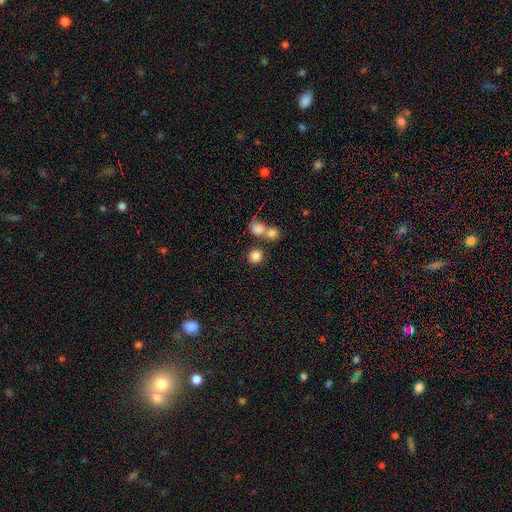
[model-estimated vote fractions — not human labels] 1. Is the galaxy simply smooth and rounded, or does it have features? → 82% smooth, 11% star or artifact, 6% featured or disk.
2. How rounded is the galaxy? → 88% round, 10% in between, 1% cigar-shaped.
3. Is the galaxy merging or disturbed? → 61% none, 28% merger, 7% minor disturbance, 4% major disturbance.